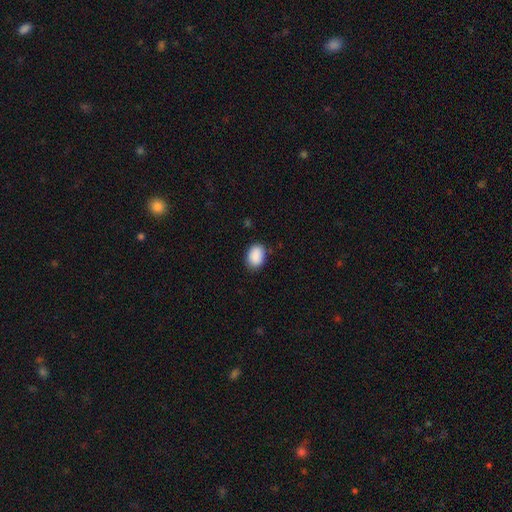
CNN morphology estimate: Q: Smooth or featured?
A: smooth (90%); runner-up: star or artifact (7%)
Q: How rounded?
A: in between (72%); runner-up: round (28%)
Q: Merging?
A: none (84%); runner-up: minor disturbance (12%)